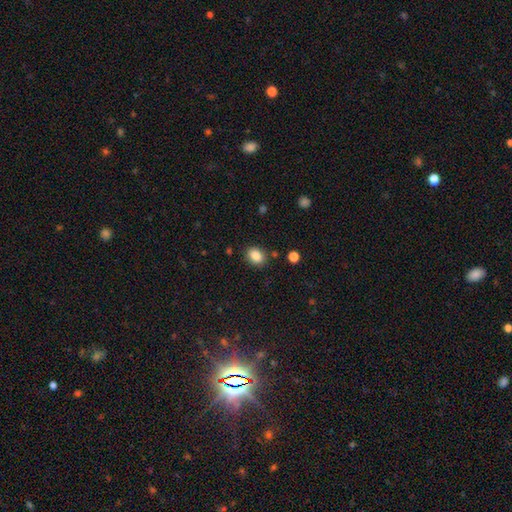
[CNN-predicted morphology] The model was most divided on "how rounded": in between: 60%, round: 39%, cigar-shaped: 1%. More confident: smooth or featured — smooth (86%); merging — none (84%).